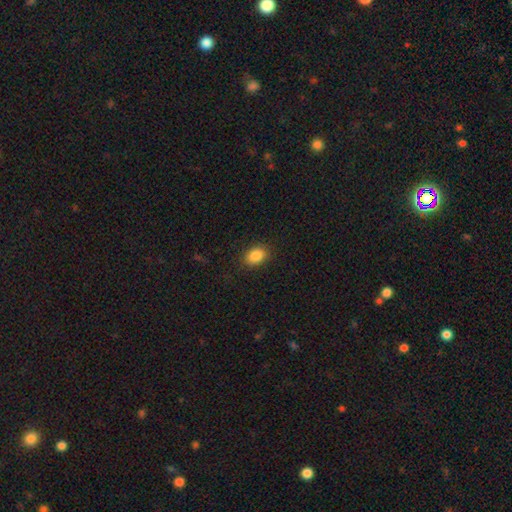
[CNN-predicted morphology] Smooth or featured?
  - smooth: 86% *
  - star or artifact: 9%
  - featured or disk: 5%
How rounded?
  - in between: 72% *
  - round: 26%
  - cigar-shaped: 1%
Merging?
  - none: 87% *
  - minor disturbance: 9%
  - major disturbance: 3%
  - merger: 1%